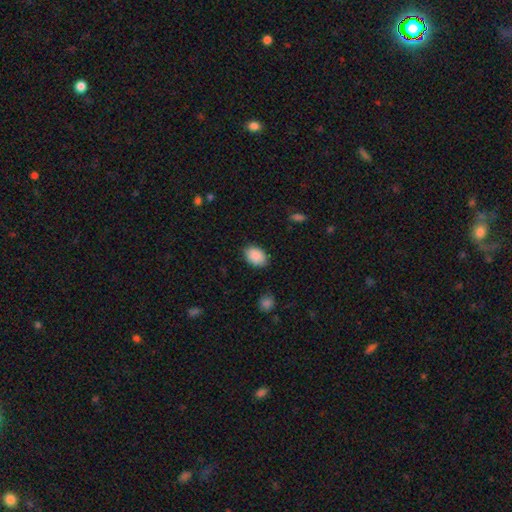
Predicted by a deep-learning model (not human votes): Smooth or featured? smooth (90%)
How rounded? in between (80%)
Merging? none (83%)